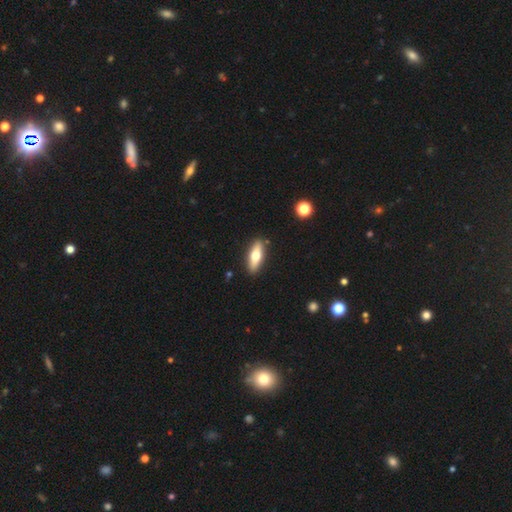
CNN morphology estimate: Smooth or featured? Predicted: smooth (p=0.58). How rounded? Predicted: in between (p=0.54). Merging? Predicted: none (p=0.88).